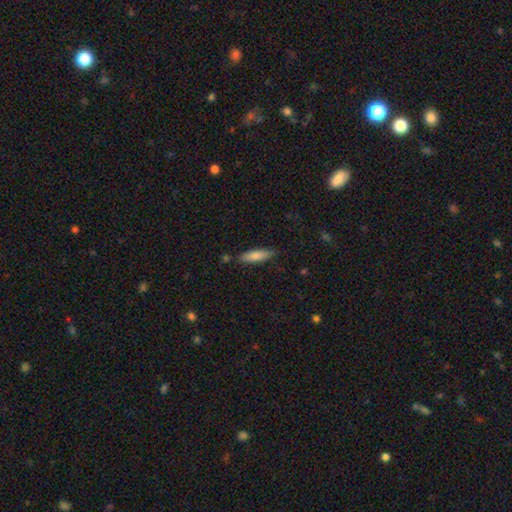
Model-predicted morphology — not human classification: This appears to be a smooth galaxy with no disk features (81%) that is cigar-shaped (64%). Merging: none (80%).